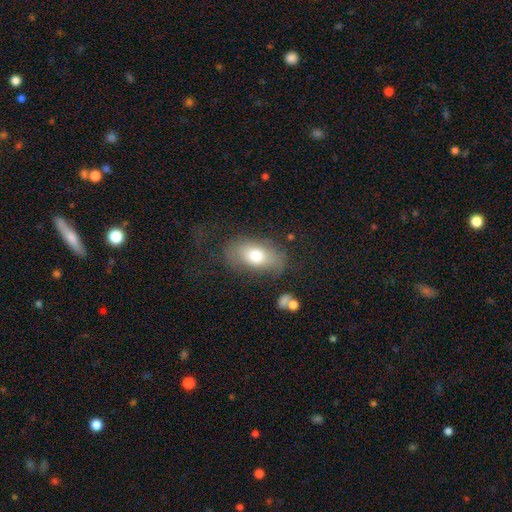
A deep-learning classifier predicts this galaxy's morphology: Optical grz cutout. It shows a smooth galaxy with no disk features (69%) that is in between round and cigar-shaped (89%). Merging: none (58%).